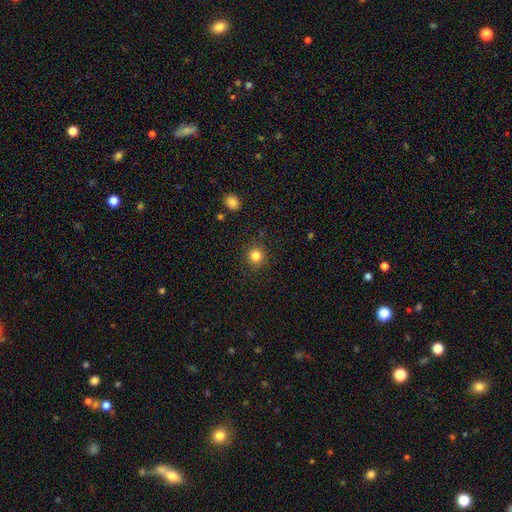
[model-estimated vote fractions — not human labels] Q: Smooth or featured?
A: smooth (84%); runner-up: star or artifact (12%)
Q: How rounded?
A: round (91%); runner-up: in between (9%)
Q: Merging?
A: none (89%); runner-up: minor disturbance (7%)